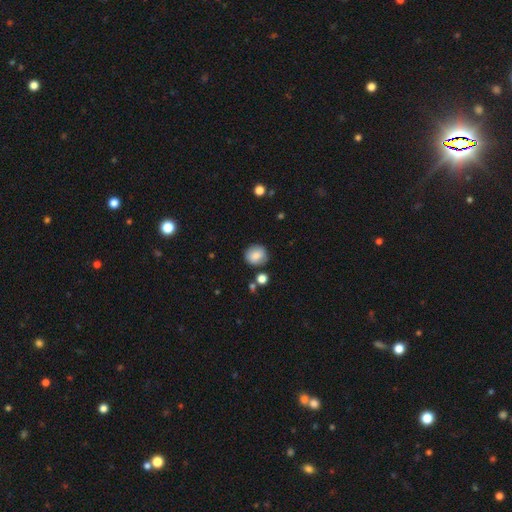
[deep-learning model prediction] Smooth or featured: smooth — 82% (featured or disk — 9%)
How rounded: round — 89% (in between — 10%)
Merging: none — 84% (minor disturbance — 9%)